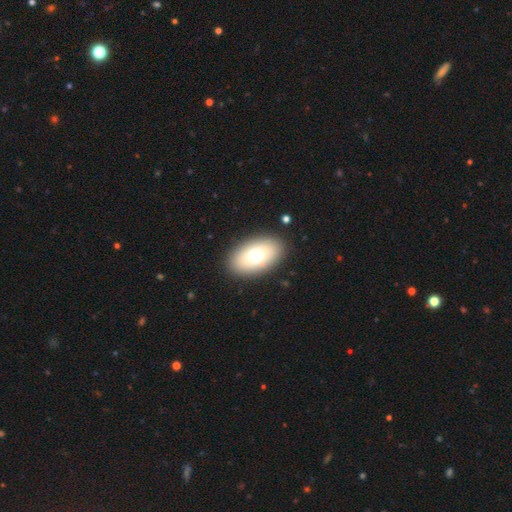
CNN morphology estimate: Smooth or featured: smooth — 72% (featured or disk — 19%)
How rounded: in between — 90% (round — 9%)
Merging: none — 88% (minor disturbance — 8%)